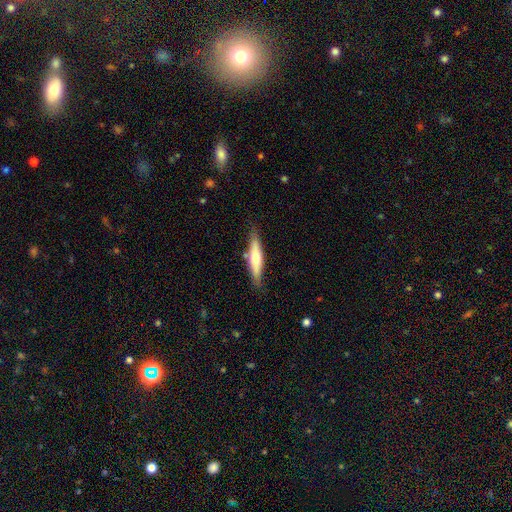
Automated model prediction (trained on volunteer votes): smooth-or-featured: featured or disk: 50% | smooth: 44% | star or artifact: 6%
  merging: none: 82% | minor disturbance: 13% | major disturbance: 3% | merger: 2%